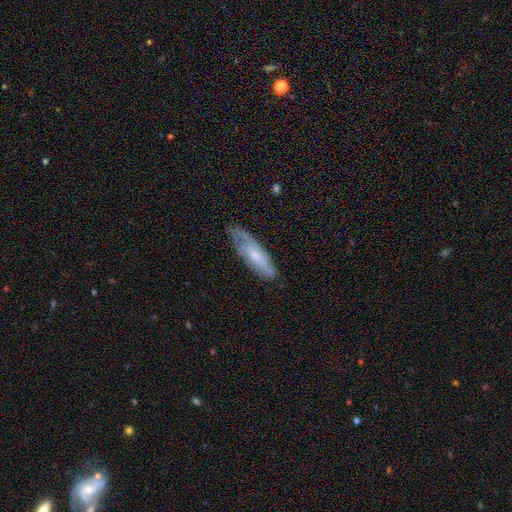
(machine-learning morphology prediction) Smooth or featured? featured or disk (64%)
Edge-on disk? no (75%)
Merging? none (65%)